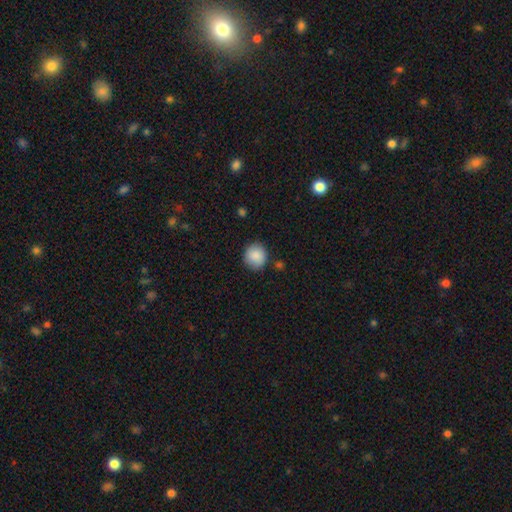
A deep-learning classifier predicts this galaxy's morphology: Q: Smooth or featured?
A: smooth (88%); runner-up: star or artifact (8%)
Q: How rounded?
A: round (90%); runner-up: in between (9%)
Q: Merging?
A: none (85%); runner-up: minor disturbance (10%)